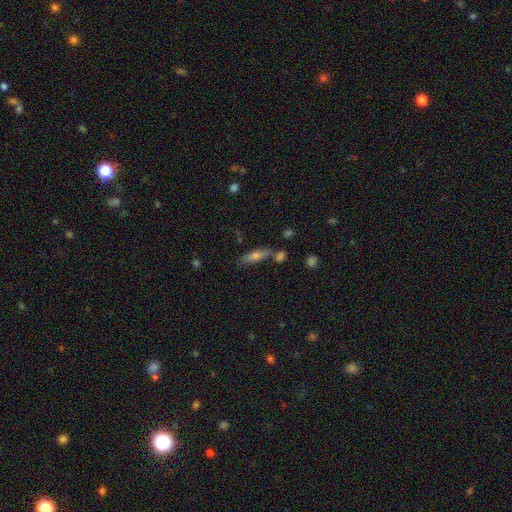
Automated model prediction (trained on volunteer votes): This appears to be a smooth galaxy with no disk features (62%) that is cigar-shaped (60%). Merging: none (65%).